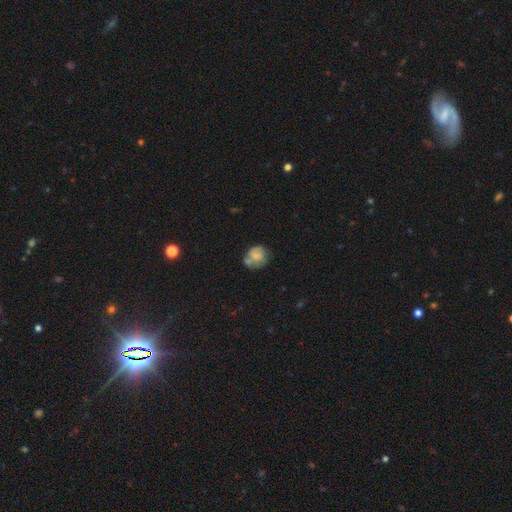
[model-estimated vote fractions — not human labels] A smooth galaxy with no disk features (59%) that is round (72%).

Vote fractions:
- Smooth or featured? smooth: 59% / featured or disk: 32% / star or artifact: 9%
- How rounded? round: 72% / in between: 27% / cigar-shaped: 1%
- Merging? none: 42% / minor disturbance: 25% / merger: 19% / major disturbance: 13%